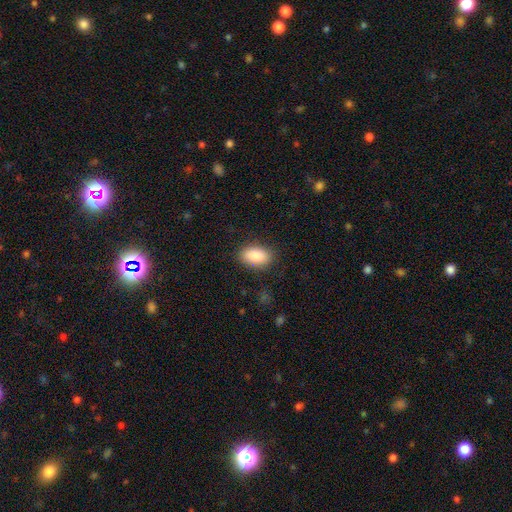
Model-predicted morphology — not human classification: smooth-or-featured: smooth: 89% | star or artifact: 7% | featured or disk: 4%
  how-rounded: in between: 92% | round: 6% | cigar-shaped: 2%
  merging: none: 86% | minor disturbance: 10% | major disturbance: 3% | merger: 1%